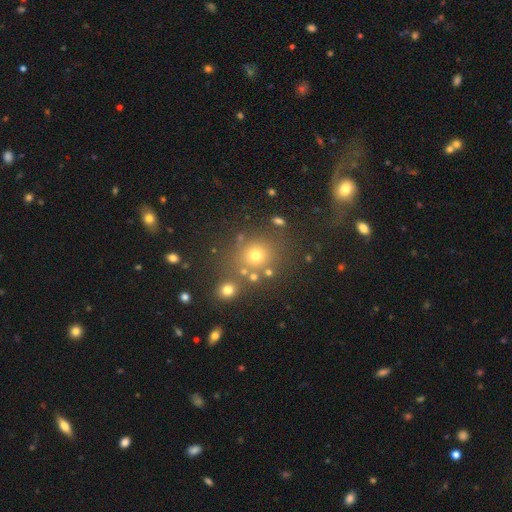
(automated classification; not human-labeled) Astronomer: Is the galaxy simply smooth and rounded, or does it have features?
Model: smooth — 68%.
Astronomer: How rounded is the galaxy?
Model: round — 84%.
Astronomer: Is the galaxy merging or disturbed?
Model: none — 74%.